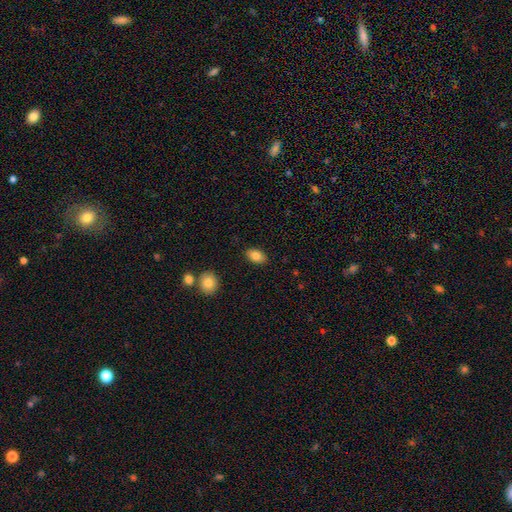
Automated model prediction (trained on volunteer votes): smooth-or-featured: smooth: 84% | star or artifact: 8% | featured or disk: 8%
  how-rounded: in between: 88% | round: 11% | cigar-shaped: 2%
  merging: none: 88% | minor disturbance: 9% | major disturbance: 2% | merger: 2%